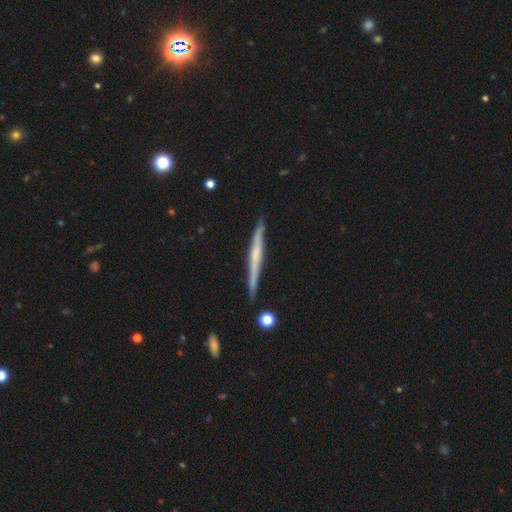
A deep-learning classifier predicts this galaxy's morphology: The model was most divided on "edge-on bulge": none: 58%, rounded: 31%, boxy: 11%. More confident: edge-on disk — yes (97%); merging — none (87%); smooth or featured — featured or disk (63%).